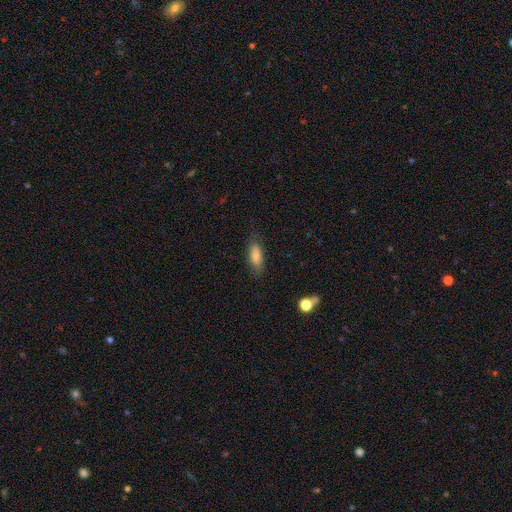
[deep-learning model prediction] Q: Smooth or featured?
A: smooth (79%); runner-up: featured or disk (14%)
Q: How rounded?
A: in between (74%); runner-up: cigar-shaped (24%)
Q: Merging?
A: none (76%); runner-up: minor disturbance (18%)